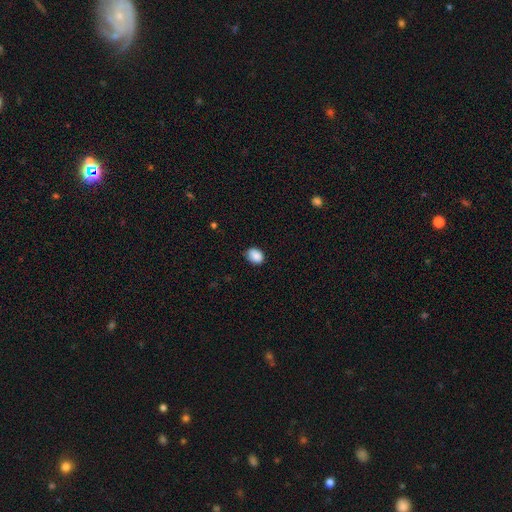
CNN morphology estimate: The model was most divided on "how rounded": in between: 64%, round: 35%, cigar-shaped: 1%. More confident: smooth or featured — smooth (88%); merging — none (78%).